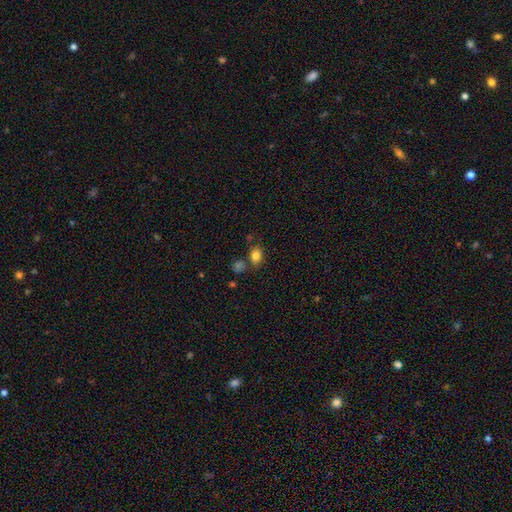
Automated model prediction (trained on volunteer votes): Q: Smooth or featured?
A: smooth (82%); runner-up: star or artifact (12%)
Q: How rounded?
A: in between (59%); runner-up: round (40%)
Q: Merging?
A: none (69%); runner-up: minor disturbance (15%)